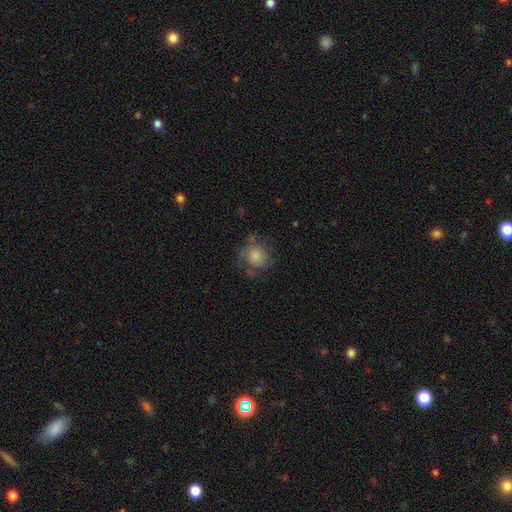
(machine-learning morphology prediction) type=smooth (70%); roundness=round (80%); merging=none (50%).